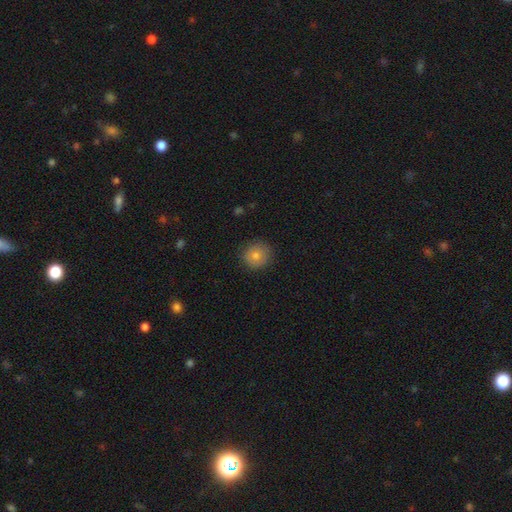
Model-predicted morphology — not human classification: smooth 80%, star or artifact 10%, featured or disk 10%. Down the decision tree: how rounded — round (91%); merging — none (87%).